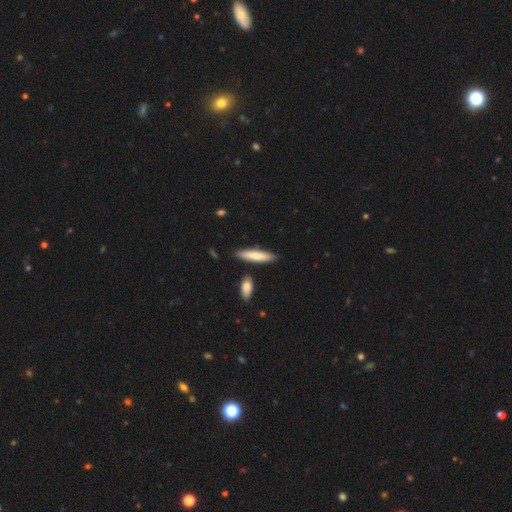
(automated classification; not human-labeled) The model was most divided on "smooth or featured": smooth: 77%, featured or disk: 17%, star or artifact: 5%. More confident: merging — none (85%); how rounded — cigar-shaped (82%).